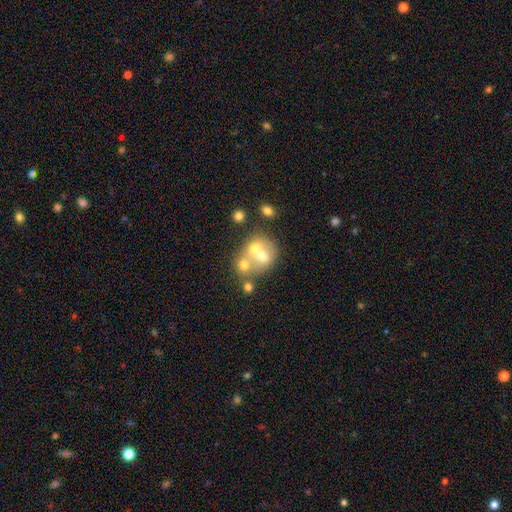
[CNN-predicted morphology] This appears to be a smooth galaxy with no disk features (43%). Merging: merger (55%).